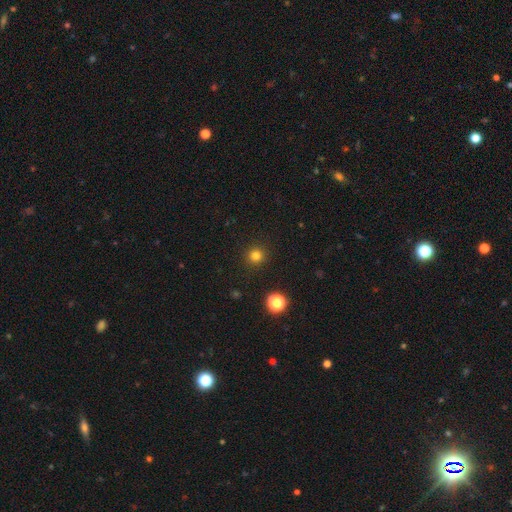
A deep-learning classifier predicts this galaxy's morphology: This appears to be a smooth galaxy with no disk features (80%) that is round (95%). Merging: none (92%).